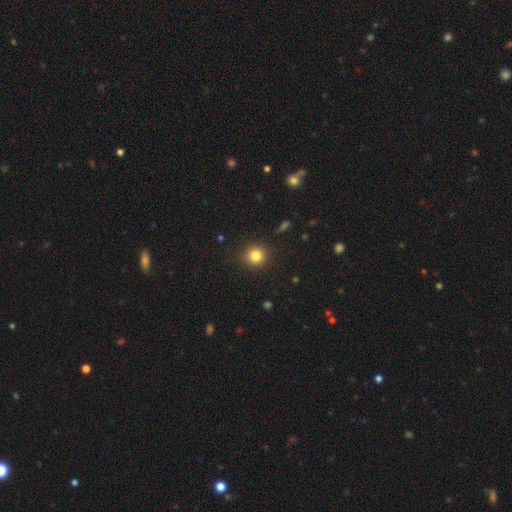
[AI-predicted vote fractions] Smooth or featured?
  - smooth: 82% *
  - star or artifact: 12%
  - featured or disk: 6%
How rounded?
  - round: 91% *
  - in between: 8%
  - cigar-shaped: 1%
Merging?
  - none: 89% *
  - minor disturbance: 7%
  - major disturbance: 2%
  - merger: 1%